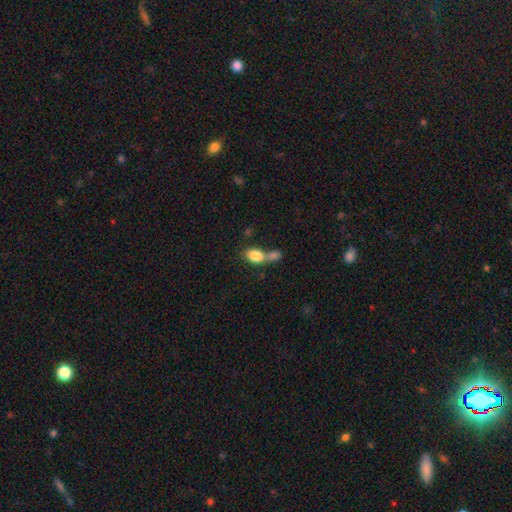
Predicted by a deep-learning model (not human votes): smooth 83%, featured or disk 9%, star or artifact 8%. Down the decision tree: how rounded — in between (86%); merging — merger (60%).